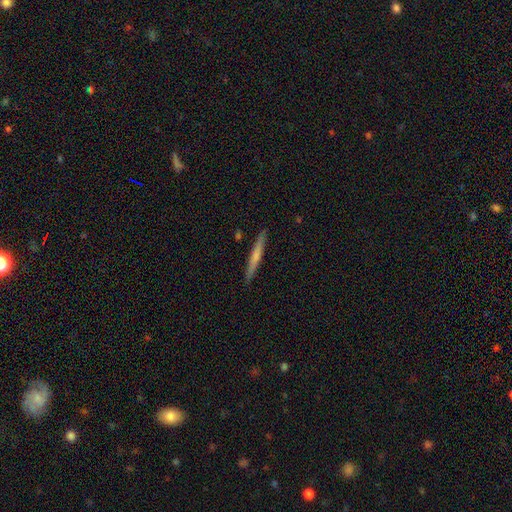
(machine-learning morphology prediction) smooth-or-featured: smooth: 53% | featured or disk: 42% | star or artifact: 5%
  how-rounded: cigar-shaped: 96% | in between: 3% | round: 1%
  merging: none: 91% | minor disturbance: 7% | major disturbance: 1% | merger: 1%